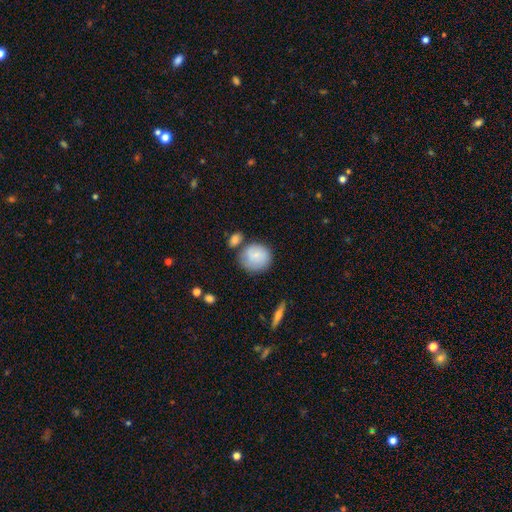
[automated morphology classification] smooth 75%, featured or disk 18%, star or artifact 7%. Down the decision tree: how rounded — round (81%); merging — none (60%).